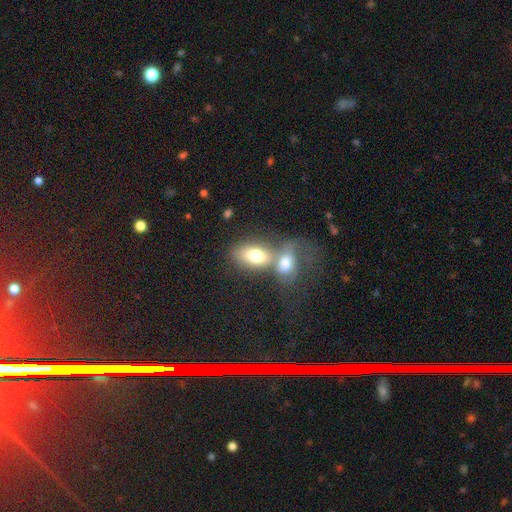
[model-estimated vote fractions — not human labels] smooth 72%, featured or disk 20%, star or artifact 8%. Down the decision tree: how rounded — in between (85%); merging — merger (60%).